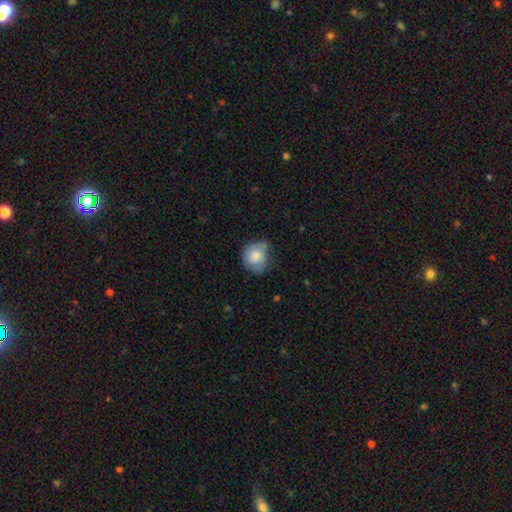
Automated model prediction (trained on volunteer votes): Smooth or featured?
  - smooth: 74% *
  - featured or disk: 19%
  - star or artifact: 7%
How rounded?
  - round: 75% *
  - in between: 24%
  - cigar-shaped: 1%
Merging?
  - none: 57% *
  - minor disturbance: 31%
  - major disturbance: 8%
  - merger: 3%